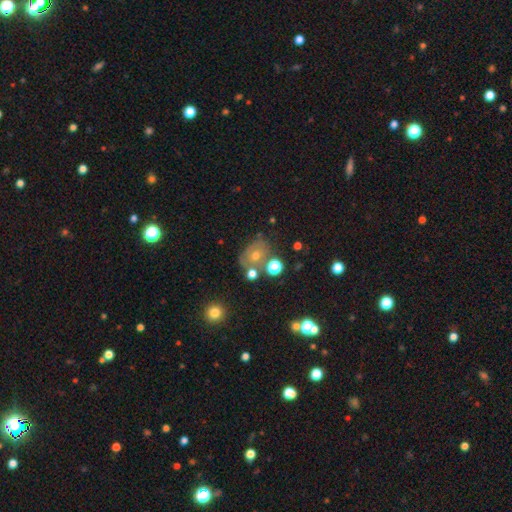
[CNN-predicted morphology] type=smooth (43%); merging=none (60%).